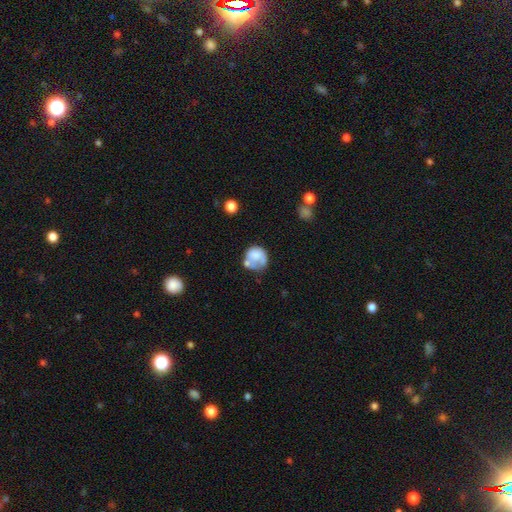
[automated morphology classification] Smooth or featured? Predicted: smooth (p=0.61). How rounded? Predicted: round (p=0.78). Merging? Predicted: none (p=0.38).